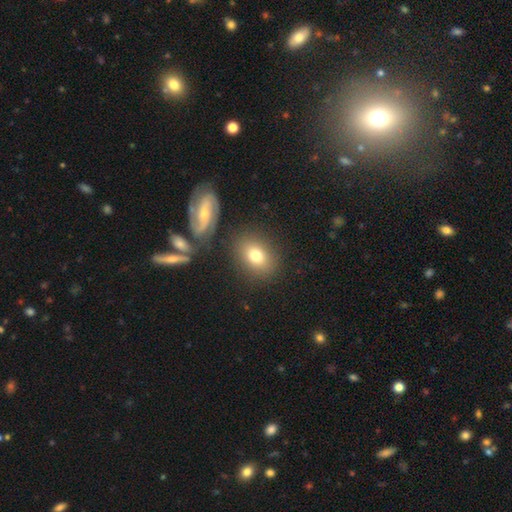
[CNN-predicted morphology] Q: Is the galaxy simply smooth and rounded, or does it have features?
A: smooth — 74%.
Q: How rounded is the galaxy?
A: in between — 61%.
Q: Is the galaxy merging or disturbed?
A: none — 79%.